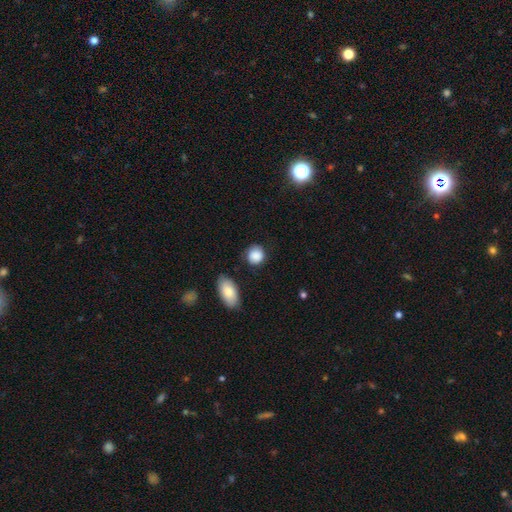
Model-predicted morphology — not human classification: Smooth or featured? Predicted: smooth (p=0.87). How rounded? Predicted: round (p=0.79). Merging? Predicted: none (p=0.75).